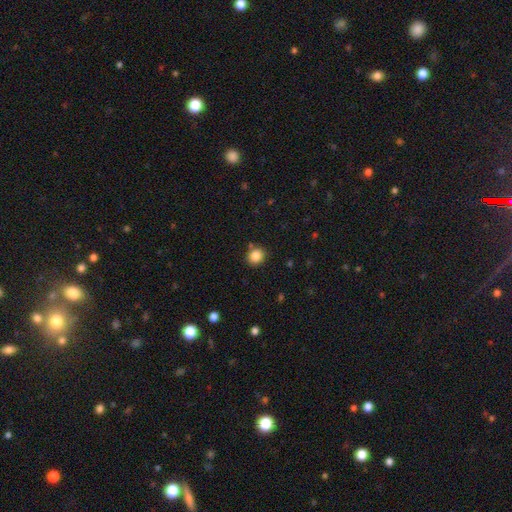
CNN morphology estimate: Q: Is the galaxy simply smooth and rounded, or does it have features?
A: smooth — 85%.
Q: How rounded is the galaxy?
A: round — 81%.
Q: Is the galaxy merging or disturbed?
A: none — 83%.